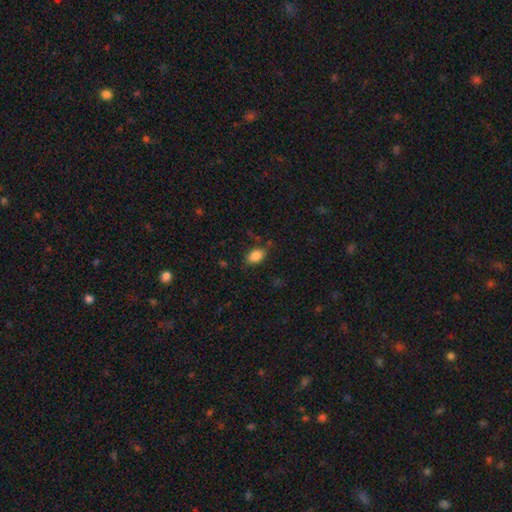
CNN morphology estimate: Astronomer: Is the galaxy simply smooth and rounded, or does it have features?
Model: smooth — 85%.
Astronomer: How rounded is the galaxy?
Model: in between — 83%.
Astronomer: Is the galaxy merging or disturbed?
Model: none — 76%.